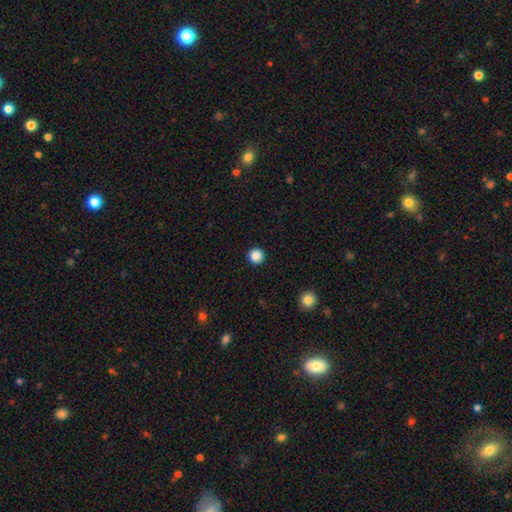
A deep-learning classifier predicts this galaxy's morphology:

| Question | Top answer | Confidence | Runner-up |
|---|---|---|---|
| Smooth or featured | smooth | 87% | star or artifact (11%) |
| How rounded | round | 96% | in between (3%) |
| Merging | none | 94% | minor disturbance (4%) |